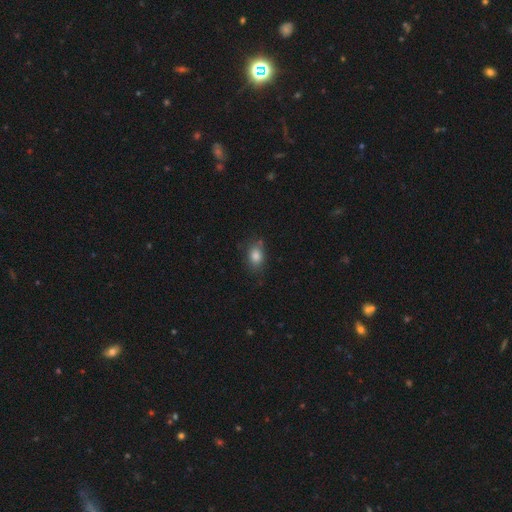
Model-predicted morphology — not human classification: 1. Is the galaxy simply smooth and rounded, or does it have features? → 83% smooth, 9% star or artifact, 8% featured or disk.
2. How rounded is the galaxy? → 76% in between, 22% round, 2% cigar-shaped.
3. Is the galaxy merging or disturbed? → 73% none, 19% minor disturbance, 5% major disturbance, 4% merger.